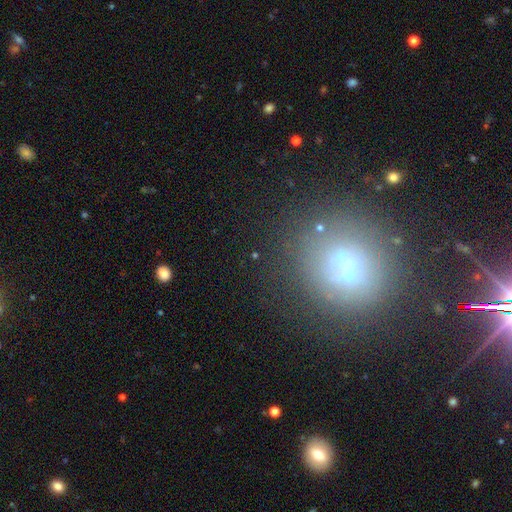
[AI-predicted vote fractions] Smooth or featured: smooth — 37% (star or artifact — 36%)
Merging: none — 68% (minor disturbance — 14%)